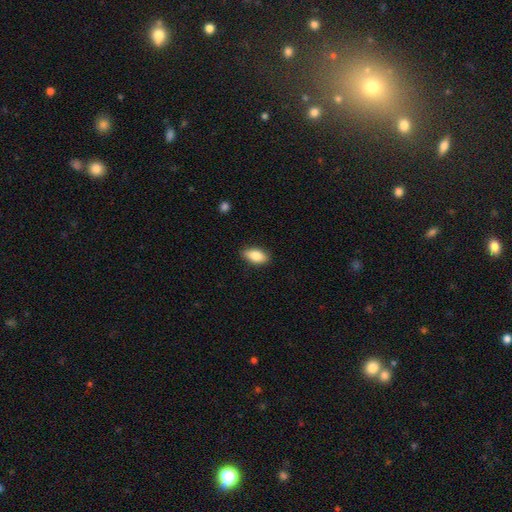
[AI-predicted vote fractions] Smooth or featured: smooth — 85% (featured or disk — 8%)
How rounded: in between — 89% (cigar-shaped — 7%)
Merging: none — 86% (minor disturbance — 10%)